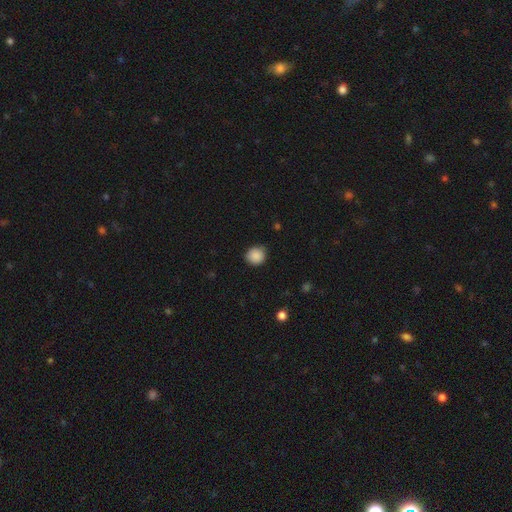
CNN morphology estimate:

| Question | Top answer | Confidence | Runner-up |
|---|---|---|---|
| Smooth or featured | smooth | 88% | star or artifact (9%) |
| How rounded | round | 85% | in between (15%) |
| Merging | none | 83% | minor disturbance (13%) |